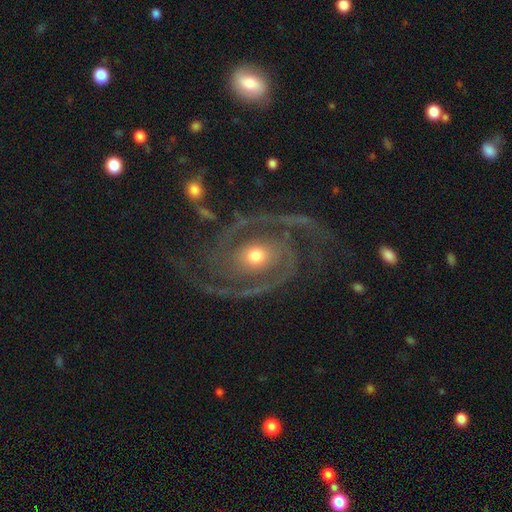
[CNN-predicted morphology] The model was most divided on "spiral winding" (2-way tie): tight: 43%, medium: 43%, loose: 14%. More confident: edge-on disk — no (98%); spiral arms — yes (97%); smooth or featured — featured or disk (91%); spiral arm count — 2 (83%); merging — none (70%); bar — no (69%); bulge size — moderate (62%).